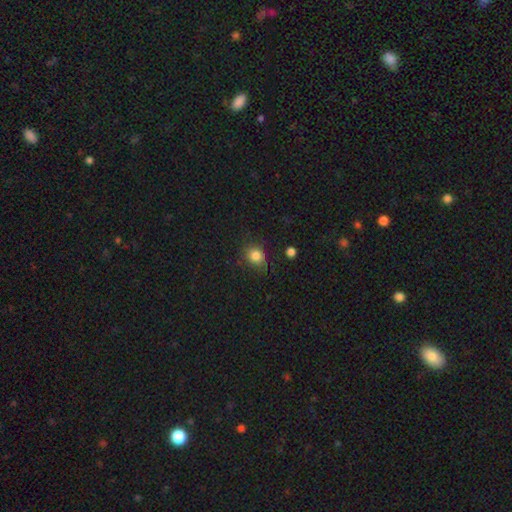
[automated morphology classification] The model was most divided on "how rounded": round: 71%, in between: 28%, cigar-shaped: 1%. More confident: smooth or featured — smooth (83%); merging — none (79%).